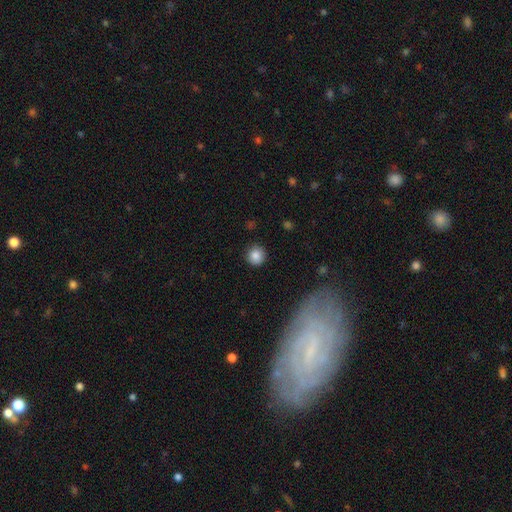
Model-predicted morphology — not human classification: smooth-or-featured: smooth: 86% | star or artifact: 9% | featured or disk: 5%
  how-rounded: round: 92% | in between: 7% | cigar-shaped: 1%
  merging: none: 89% | minor disturbance: 7% | major disturbance: 2% | merger: 1%